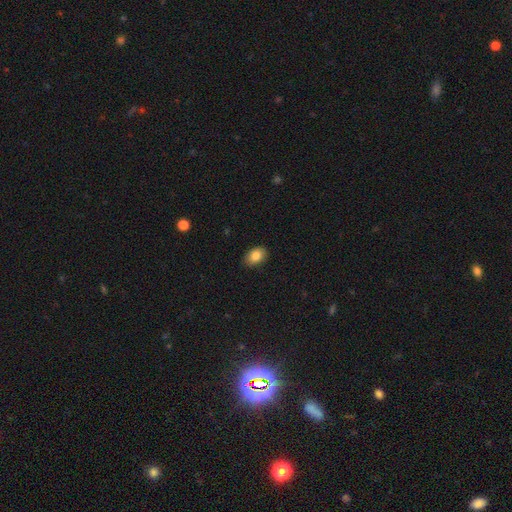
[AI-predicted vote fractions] Smooth or featured? Predicted: smooth (p=0.84). How rounded? Predicted: in between (p=0.83). Merging? Predicted: none (p=0.87).